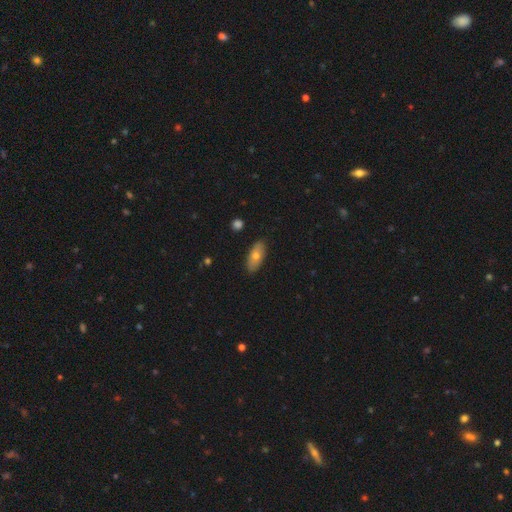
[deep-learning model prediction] smooth-or-featured: smooth: 67% | featured or disk: 26% | star or artifact: 7%
  how-rounded: in between: 86% | cigar-shaped: 11% | round: 4%
  merging: none: 86% | minor disturbance: 11% | major disturbance: 2% | merger: 1%